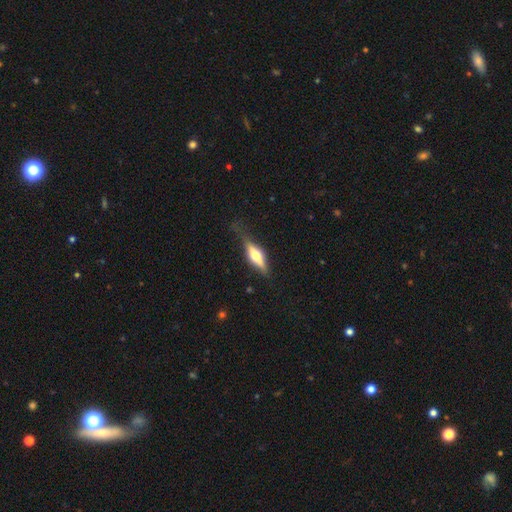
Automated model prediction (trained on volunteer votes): smooth-or-featured: featured or disk: 57% | smooth: 37% | star or artifact: 6%
  disk-edge-on: yes: 92% | no: 8%
    edge-on-bulge: rounded: 91% | boxy: 6% | none: 3%
  merging: none: 66% | minor disturbance: 23% | major disturbance: 10% | merger: 2%